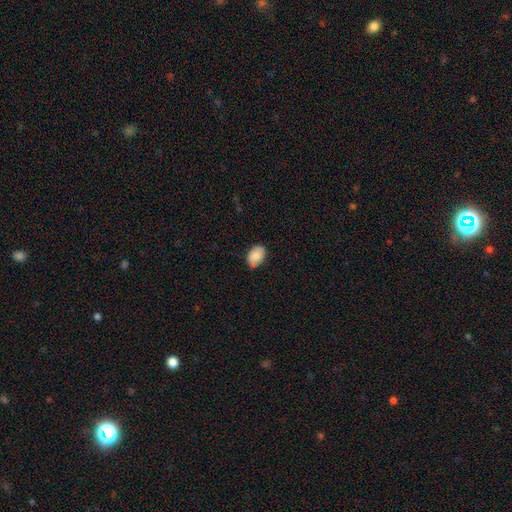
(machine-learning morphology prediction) Q: Smooth or featured?
A: smooth (86%); runner-up: featured or disk (7%)
Q: How rounded?
A: in between (85%); runner-up: round (13%)
Q: Merging?
A: none (77%); runner-up: minor disturbance (19%)